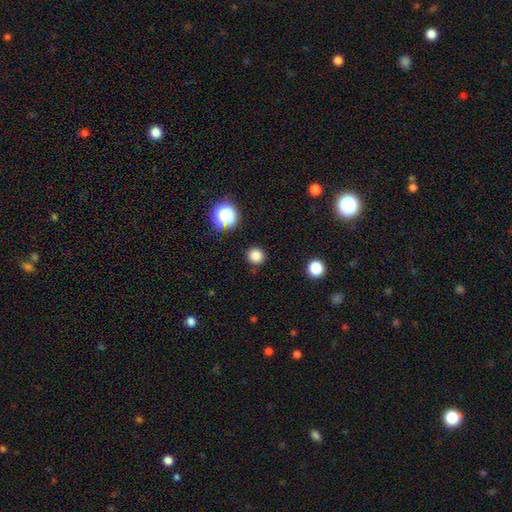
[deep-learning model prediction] A smooth galaxy with no disk features (81%) that is round (93%). Merging: none (89%).